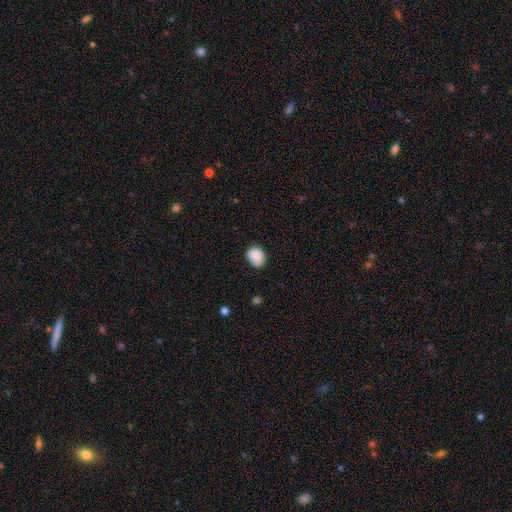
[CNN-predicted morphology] A smooth galaxy with no disk features (87%) that is round (52%).

Vote fractions:
- Smooth or featured? smooth: 87% / star or artifact: 8% / featured or disk: 5%
- How rounded? round: 52% / in between: 47% / cigar-shaped: 1%
- Merging? none: 73% / minor disturbance: 22% / major disturbance: 3% / merger: 2%